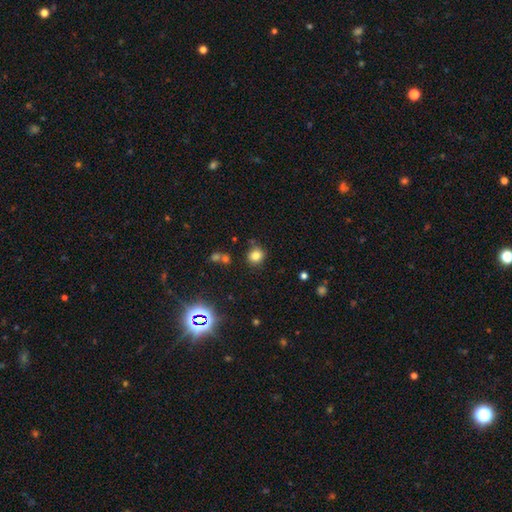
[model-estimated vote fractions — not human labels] Smooth or featured? Predicted: smooth (p=0.80). How rounded? Predicted: round (p=0.85). Merging? Predicted: none (p=0.80).